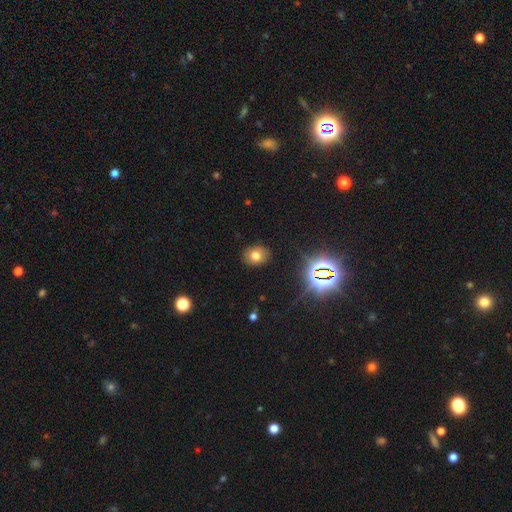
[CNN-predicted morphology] Smooth or featured? smooth (72%)
How rounded? round (53%)
Merging? none (88%)